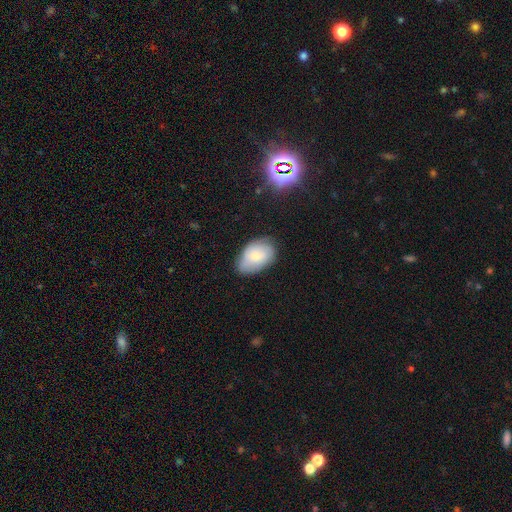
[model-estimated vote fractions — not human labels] smooth_or_featured: smooth (p=0.71) [alt: featured or disk p=0.22]
how_rounded: in between (p=0.89) [alt: round p=0.10]
merging: none (p=0.66) [alt: minor disturbance p=0.27]